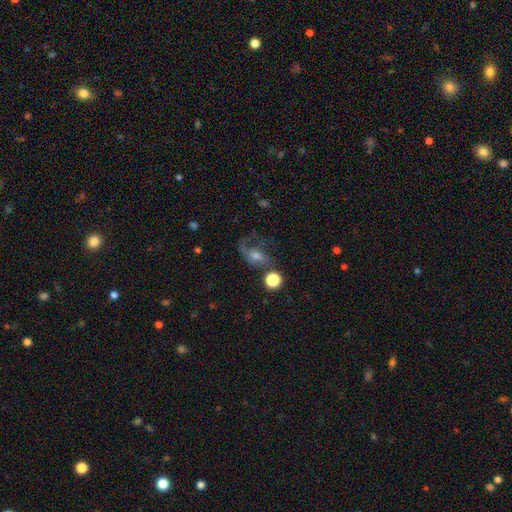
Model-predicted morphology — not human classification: A featured or disk galaxy (54%) with no bar (60%), spiral arms (77%) and a moderate central bulge (50%).

Vote fractions:
- Smooth or featured? featured or disk: 54% / smooth: 31% / star or artifact: 16%
- Edge-on disk? no: 95% / yes: 5%
- Bar? no: 60% / weak: 32% / strong: 9%
- Spiral arms? yes: 77% / no: 23%
- Bulge size? moderate: 50% / small: 33% / large: 9% / none: 6% / dominant: 2%
- Merging? none: 39% / major disturbance: 33% / minor disturbance: 19% / merger: 8%